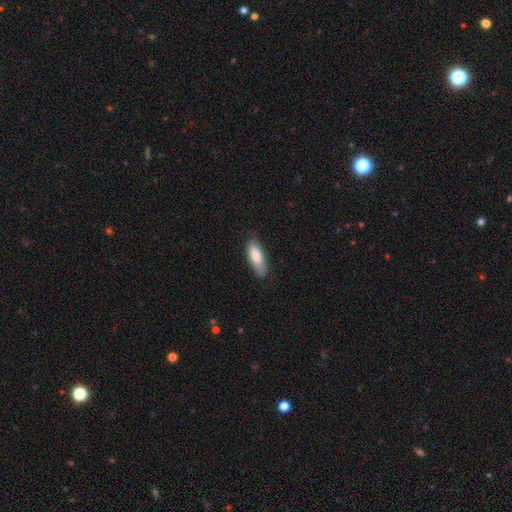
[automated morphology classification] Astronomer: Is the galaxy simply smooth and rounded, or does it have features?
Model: smooth — 79%.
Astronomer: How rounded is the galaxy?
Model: in between — 63%.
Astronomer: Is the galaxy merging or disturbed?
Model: none — 78%.